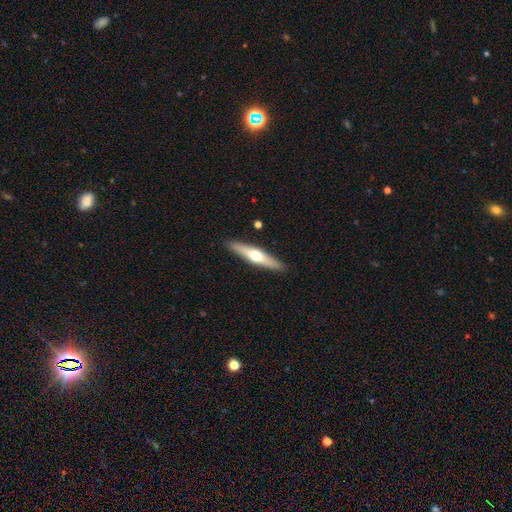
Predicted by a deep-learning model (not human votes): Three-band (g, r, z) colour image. It shows a featured or disk galaxy (53%) viewed edge-on (93%). Merging: none (90%).